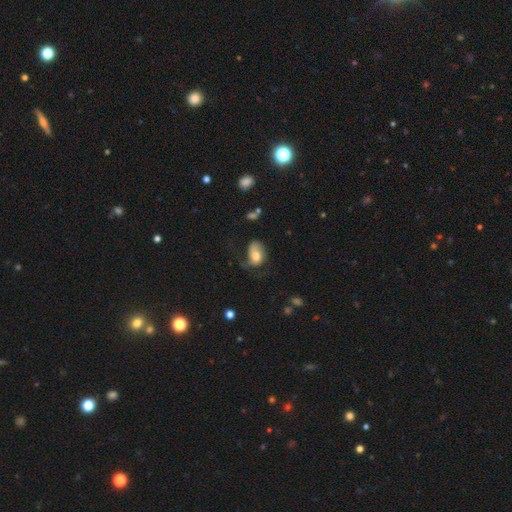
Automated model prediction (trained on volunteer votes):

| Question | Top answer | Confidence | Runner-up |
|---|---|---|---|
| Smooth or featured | smooth | 57% | featured or disk (35%) |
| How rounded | in between | 78% | round (20%) |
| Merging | major disturbance | 43% | none (29%) |